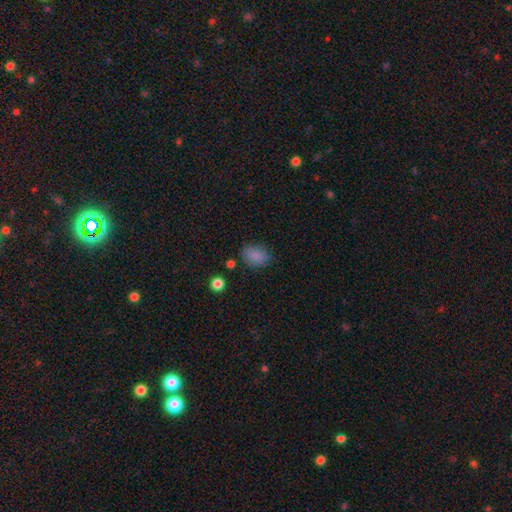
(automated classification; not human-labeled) The model was most divided on "how rounded": in between: 70%, round: 29%, cigar-shaped: 1%. More confident: smooth or featured — smooth (85%); merging — none (77%).